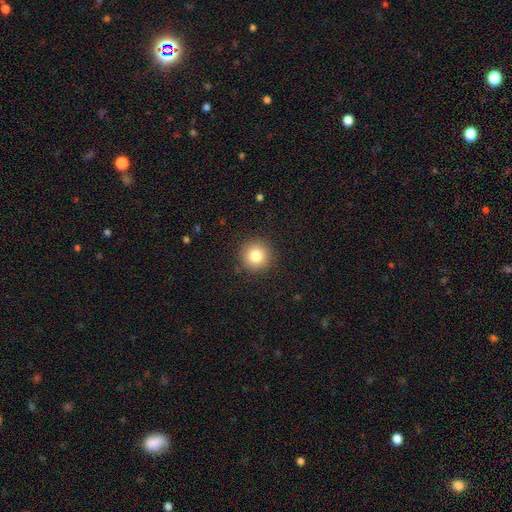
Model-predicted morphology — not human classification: smooth 81%, star or artifact 11%, featured or disk 8%. Down the decision tree: how rounded — round (95%); merging — none (91%).